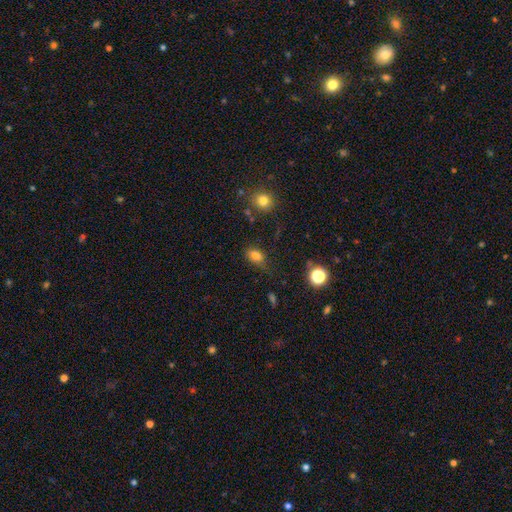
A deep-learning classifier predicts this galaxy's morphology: smooth_or_featured: smooth (p=0.78) [alt: star or artifact p=0.14]
how_rounded: in between (p=0.77) [alt: round p=0.21]
merging: none (p=0.61) [alt: minor disturbance p=0.26]